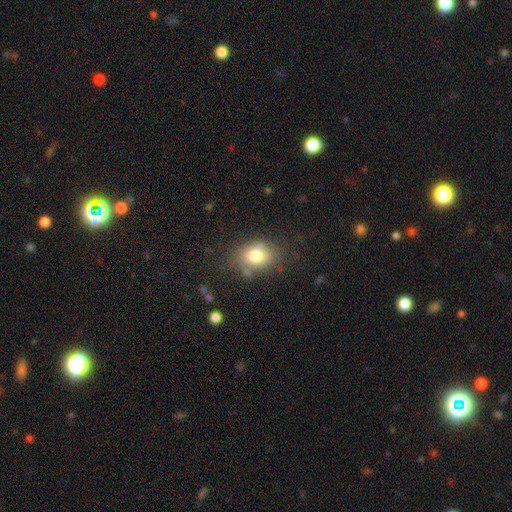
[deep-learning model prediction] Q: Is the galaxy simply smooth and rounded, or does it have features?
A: smooth — 78%.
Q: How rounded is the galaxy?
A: in between — 59%.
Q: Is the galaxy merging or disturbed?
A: none — 68%.